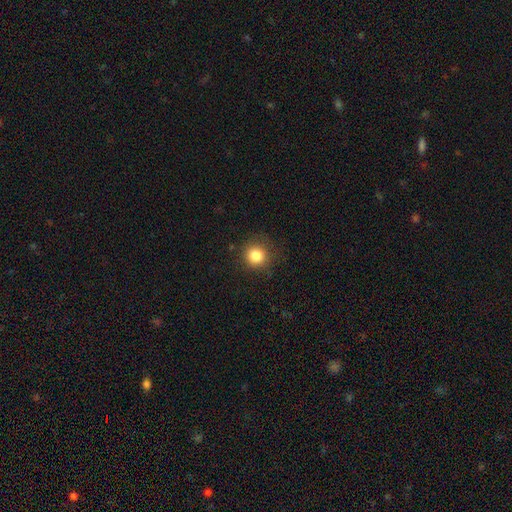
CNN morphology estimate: type=smooth (83%); roundness=round (92%); merging=none (86%).